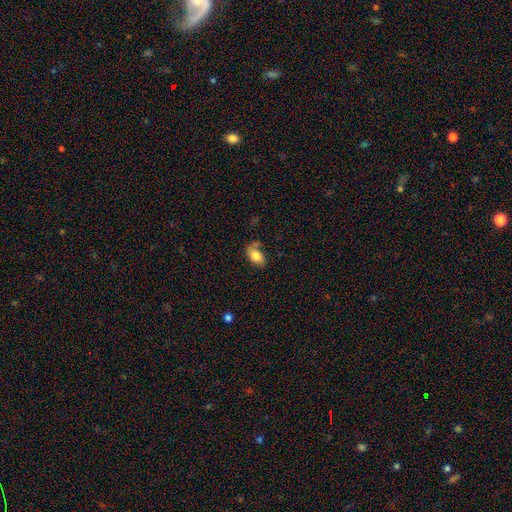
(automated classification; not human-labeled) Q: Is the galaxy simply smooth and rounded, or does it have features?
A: smooth — 79%.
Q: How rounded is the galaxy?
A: in between — 91%.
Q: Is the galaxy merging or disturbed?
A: none — 61%.